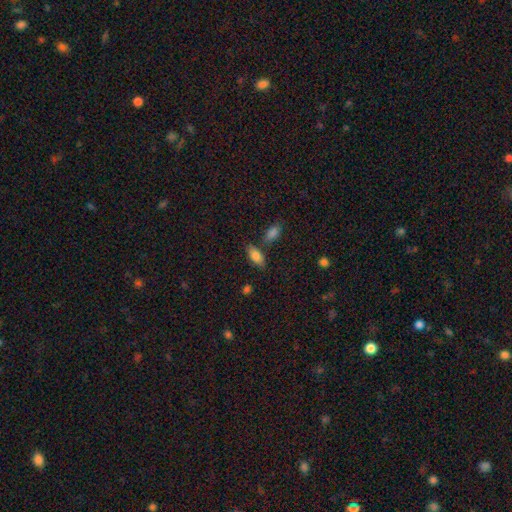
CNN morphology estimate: The model was most divided on "merging": none: 71%, minor disturbance: 14%, merger: 11%, major disturbance: 4%. More confident: how rounded — in between (88%); smooth or featured — smooth (82%).